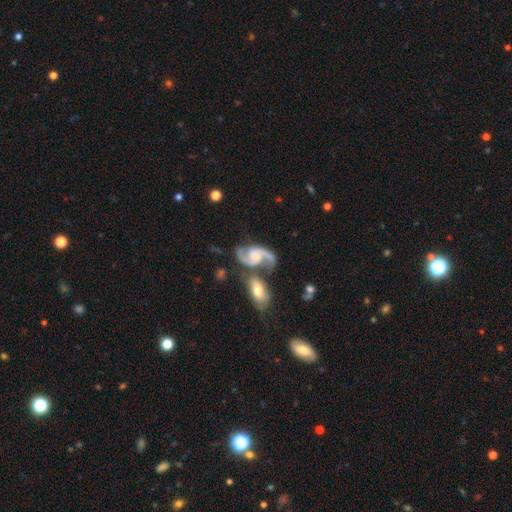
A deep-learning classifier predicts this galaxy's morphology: Overall: featured or disk (88%). Edge-on disk: no (97%). Bar: no (52%; weak 38%). Spiral arms: yes (97%). Spiral arm count: 2 (93%). Spiral winding: loose (46%; medium 45%). Bulge size: none (38%; small 24%). Merging: none (49%; merger 27%).